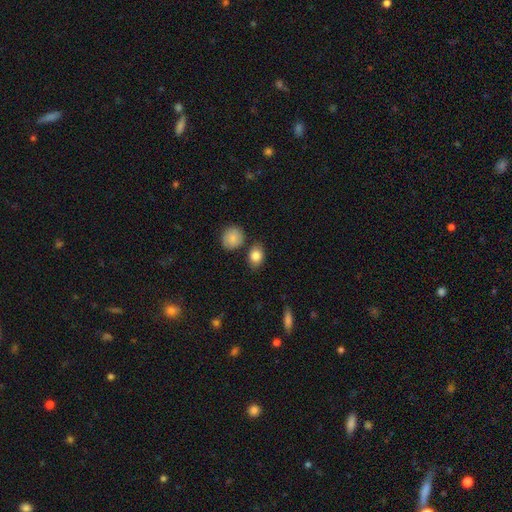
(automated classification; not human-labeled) smooth-or-featured: smooth: 85% | star or artifact: 8% | featured or disk: 7%
  how-rounded: in between: 64% | round: 34% | cigar-shaped: 2%
  merging: none: 76% | minor disturbance: 13% | merger: 9% | major disturbance: 3%